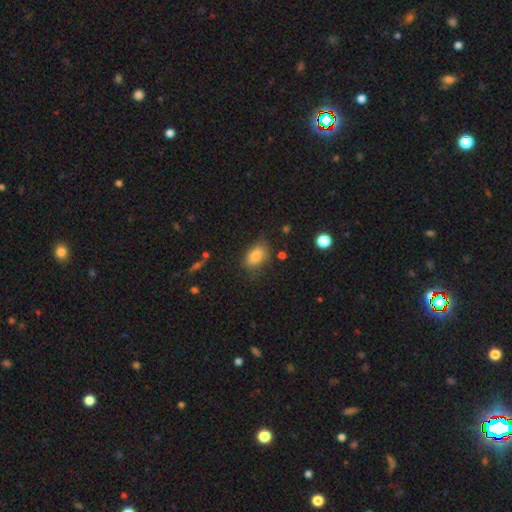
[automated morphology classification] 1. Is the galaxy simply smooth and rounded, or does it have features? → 81% smooth, 9% star or artifact, 9% featured or disk.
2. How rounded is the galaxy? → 84% in between, 14% round, 2% cigar-shaped.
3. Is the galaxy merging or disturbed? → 70% none, 21% minor disturbance, 6% major disturbance, 2% merger.